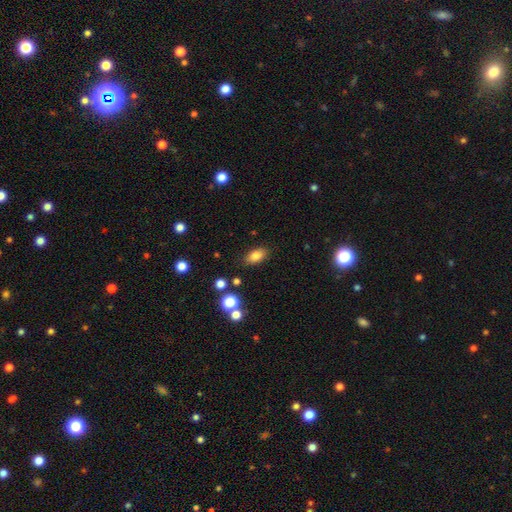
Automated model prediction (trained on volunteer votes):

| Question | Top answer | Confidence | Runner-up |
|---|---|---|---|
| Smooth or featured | smooth | 81% | star or artifact (11%) |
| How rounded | in between | 87% | round (10%) |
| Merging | none | 84% | minor disturbance (11%) |